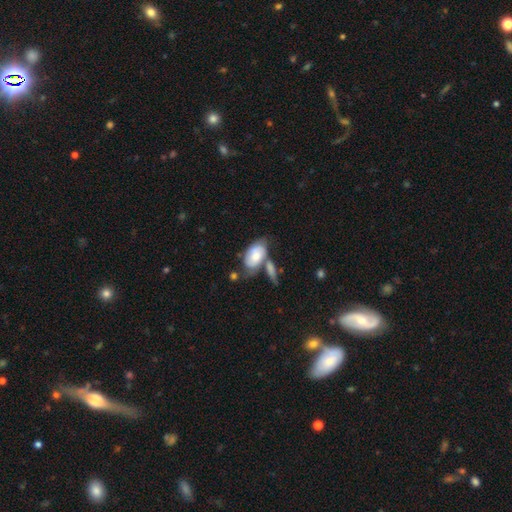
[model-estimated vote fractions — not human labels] A smooth galaxy with no disk features (61%) that is in between round and cigar-shaped (91%).

Vote fractions:
- Smooth or featured? smooth: 61% / featured or disk: 33% / star or artifact: 6%
- How rounded? in between: 91% / round: 7% / cigar-shaped: 2%
- Merging? none: 35% / merger: 34% / minor disturbance: 20% / major disturbance: 11%